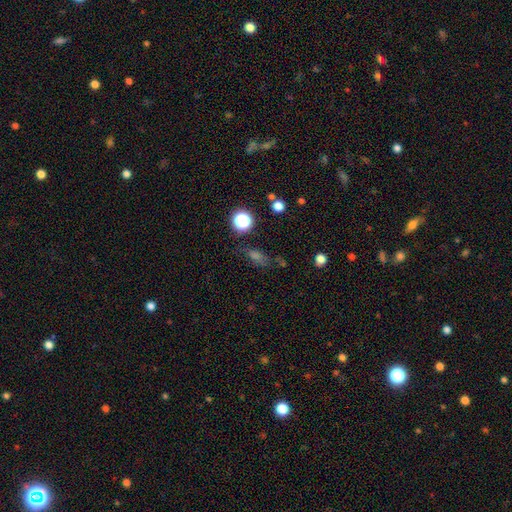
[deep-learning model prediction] Morphology: type=smooth (49%); merging=none (64%).